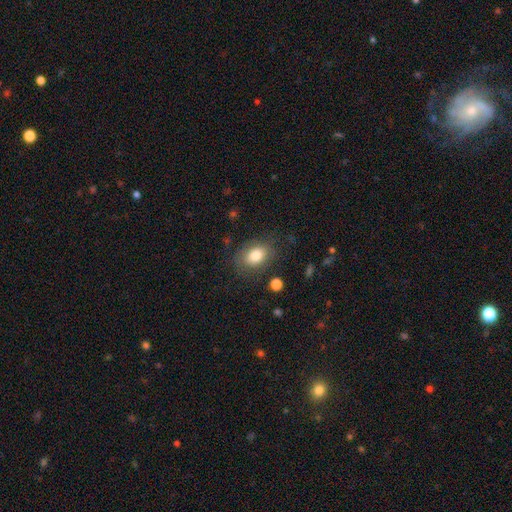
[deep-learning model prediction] smooth-or-featured: smooth: 80% | featured or disk: 12% | star or artifact: 8%
  how-rounded: in between: 79% | round: 20% | cigar-shaped: 1%
  merging: none: 77% | minor disturbance: 15% | major disturbance: 6% | merger: 2%